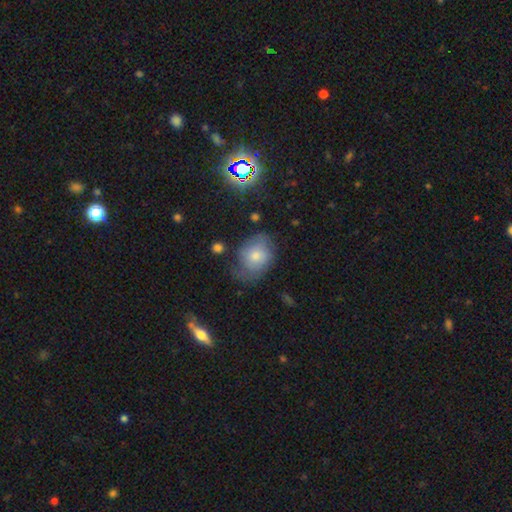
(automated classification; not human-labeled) Smooth or featured? smooth (60%)
How rounded? in between (56%)
Merging? none (48%)